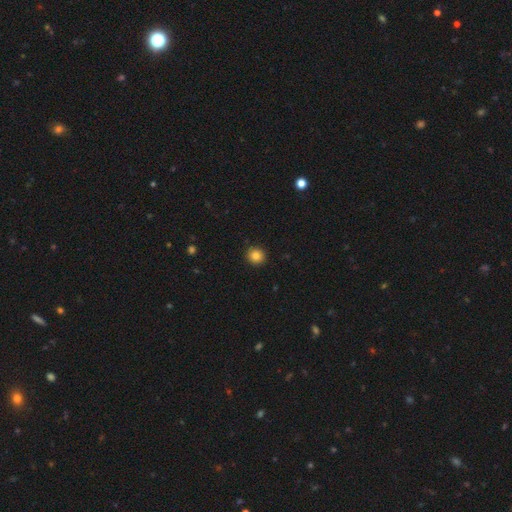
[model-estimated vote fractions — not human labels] Q: Smooth or featured?
A: smooth (83%); runner-up: star or artifact (11%)
Q: How rounded?
A: round (91%); runner-up: in between (8%)
Q: Merging?
A: none (92%); runner-up: minor disturbance (6%)